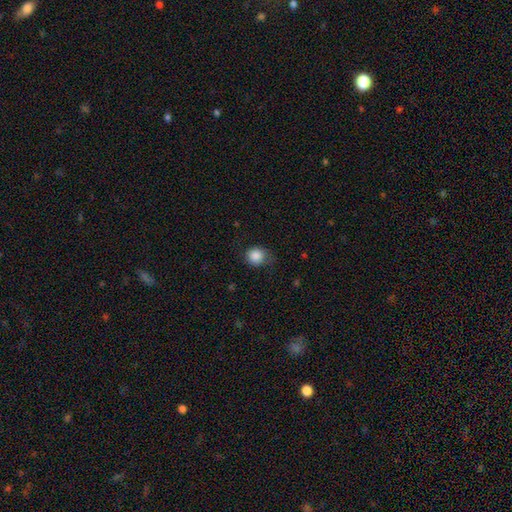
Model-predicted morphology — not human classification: smooth-or-featured: smooth: 86% | star or artifact: 9% | featured or disk: 5%
  how-rounded: round: 79% | in between: 20% | cigar-shaped: 1%
  merging: none: 68% | minor disturbance: 23% | major disturbance: 7% | merger: 1%